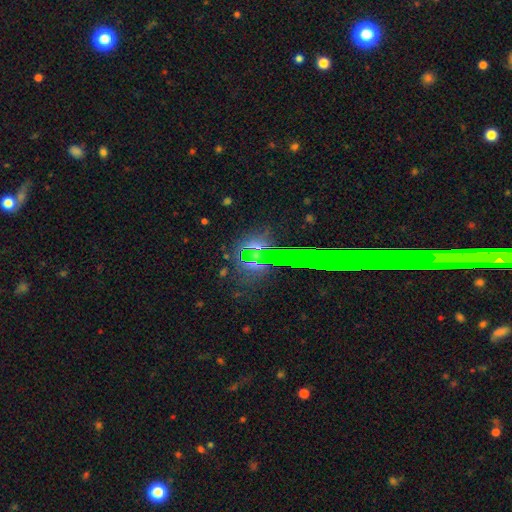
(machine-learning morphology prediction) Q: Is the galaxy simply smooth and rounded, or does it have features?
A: star or artifact — 56%.